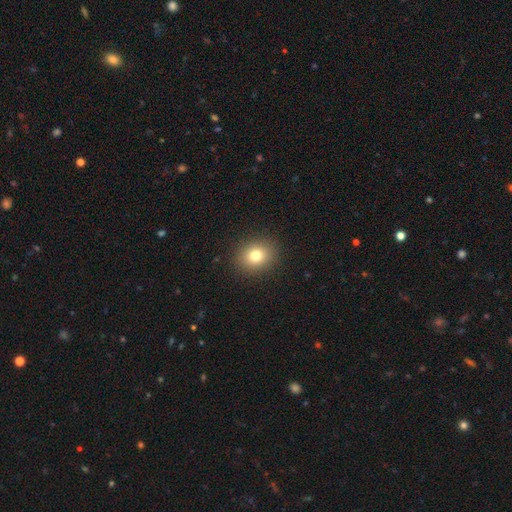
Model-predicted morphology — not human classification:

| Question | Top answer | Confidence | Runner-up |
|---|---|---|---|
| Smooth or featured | smooth | 79% | star or artifact (12%) |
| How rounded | round | 64% | in between (35%) |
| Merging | none | 90% | minor disturbance (7%) |